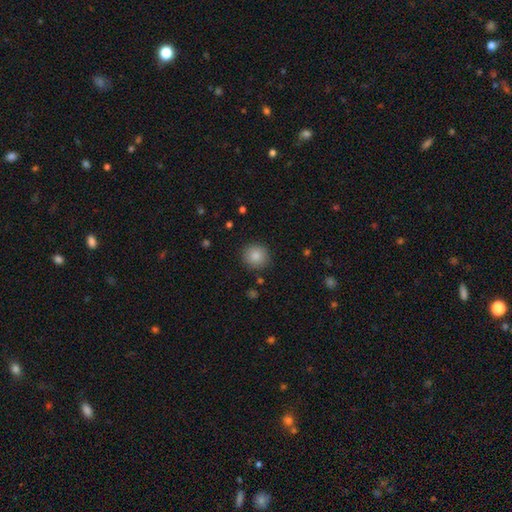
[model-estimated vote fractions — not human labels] smooth 86%, star or artifact 9%, featured or disk 5%. Down the decision tree: how rounded — round (92%); merging — none (90%).